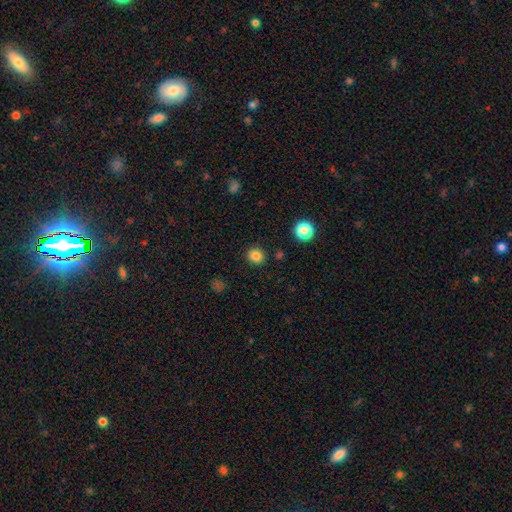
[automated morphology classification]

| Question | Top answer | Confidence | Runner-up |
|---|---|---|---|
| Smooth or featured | smooth | 83% | star or artifact (12%) |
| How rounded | round | 86% | in between (13%) |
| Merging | none | 90% | minor disturbance (6%) |